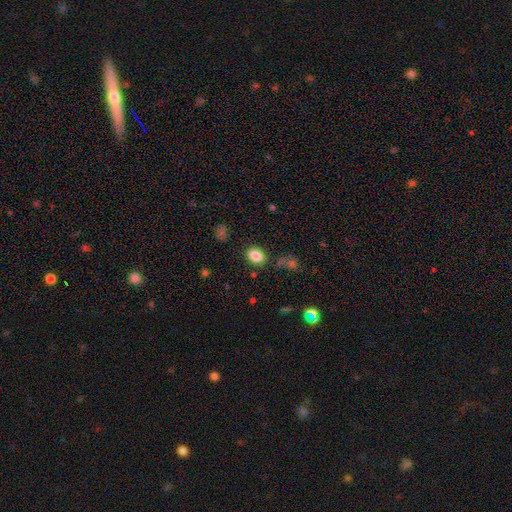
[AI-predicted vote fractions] Smooth or featured? smooth (84%)
How rounded? in between (75%)
Merging? none (81%)